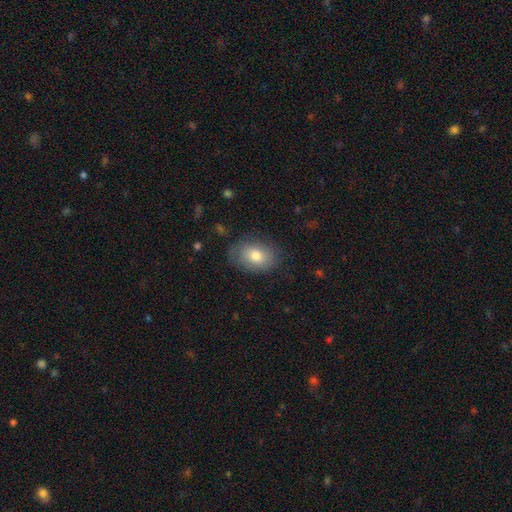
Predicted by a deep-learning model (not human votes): smooth-or-featured: smooth: 76% | featured or disk: 17% | star or artifact: 8%
  how-rounded: in between: 81% | round: 18% | cigar-shaped: 1%
  merging: none: 76% | minor disturbance: 17% | major disturbance: 5% | merger: 1%